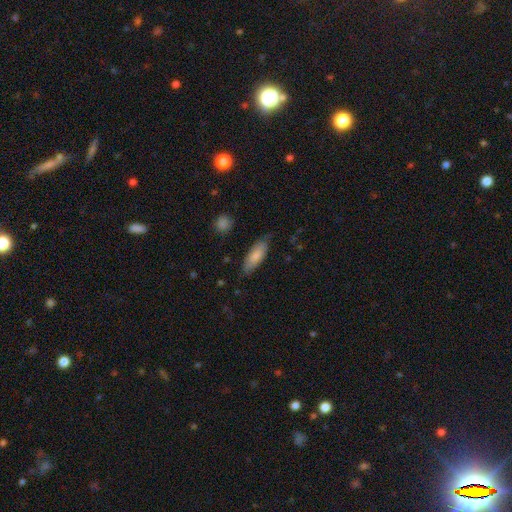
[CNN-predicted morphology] This appears to be a smooth galaxy with no disk features (80%) that is in between round and cigar-shaped (72%). Merging: none (76%).